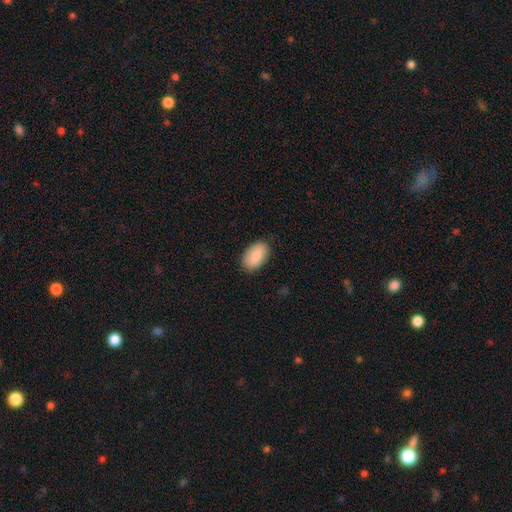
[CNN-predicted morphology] Smooth or featured?
  - smooth: 86% *
  - featured or disk: 7%
  - star or artifact: 6%
How rounded?
  - in between: 94% *
  - round: 5%
  - cigar-shaped: 1%
Merging?
  - none: 87% *
  - minor disturbance: 10%
  - major disturbance: 2%
  - merger: 1%